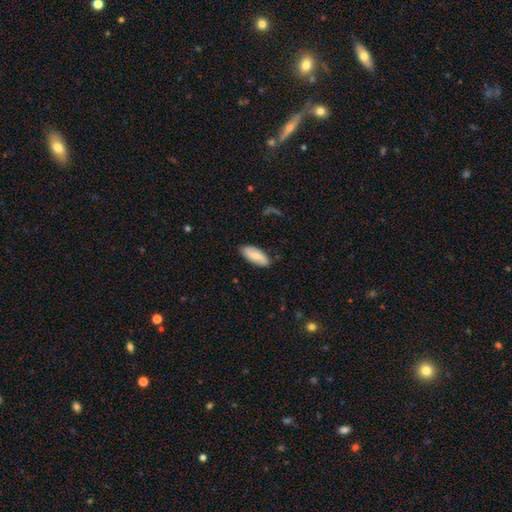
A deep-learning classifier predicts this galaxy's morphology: type=smooth (61%); roundness=in between (83%); merging=none (83%).